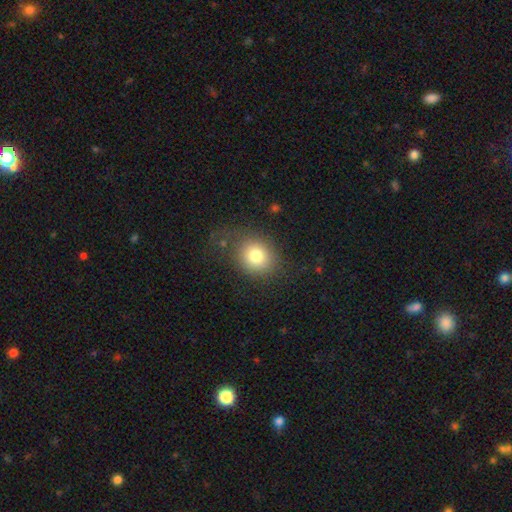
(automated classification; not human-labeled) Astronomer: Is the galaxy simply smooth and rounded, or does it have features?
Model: smooth — 79%.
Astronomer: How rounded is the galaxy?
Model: round — 71%.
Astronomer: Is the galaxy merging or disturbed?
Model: none — 71%.